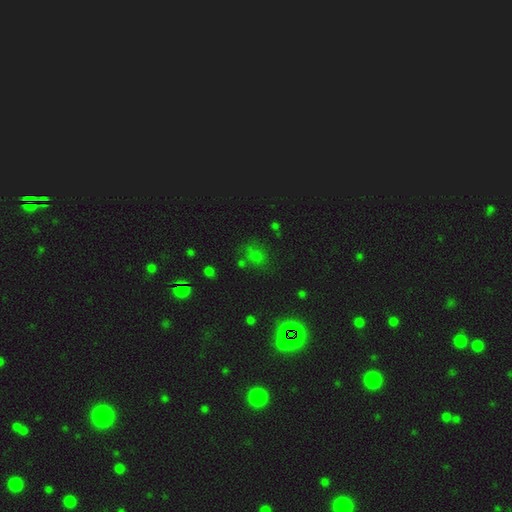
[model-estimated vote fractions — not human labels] A smooth galaxy with no disk features (60%) that is round (60%). Merging: none (59%).